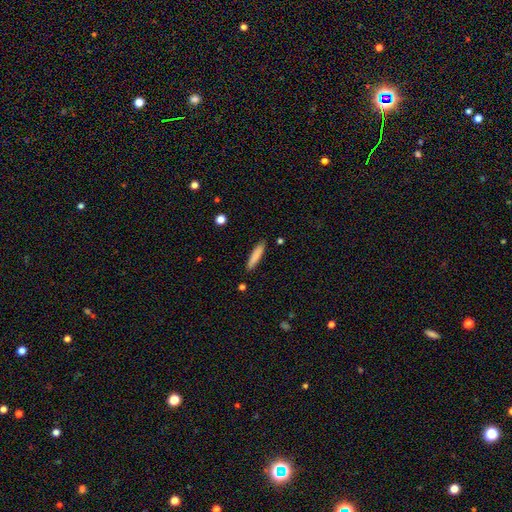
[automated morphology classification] This is clearly a smooth galaxy (83%). How rounded: clearly cigar-shaped (87%). Merging: clearly none (87%).